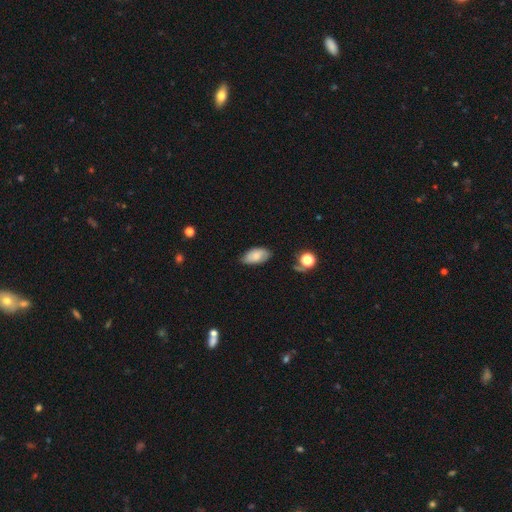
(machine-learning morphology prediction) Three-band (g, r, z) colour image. It shows a smooth galaxy with no disk features (71%) that is in between round and cigar-shaped (93%). Merging: none (67%).